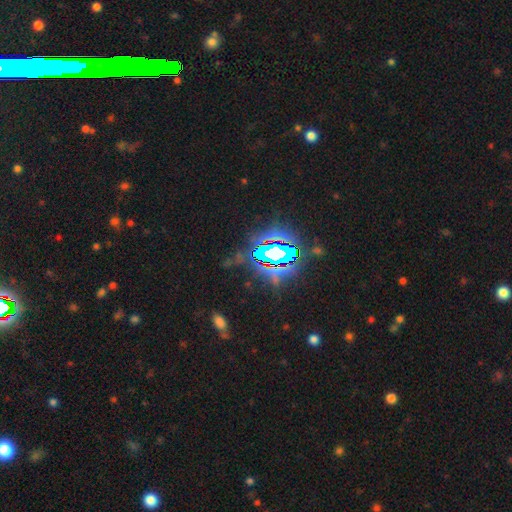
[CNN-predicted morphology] Smooth or featured: star or artifact — 78% (featured or disk — 11%)